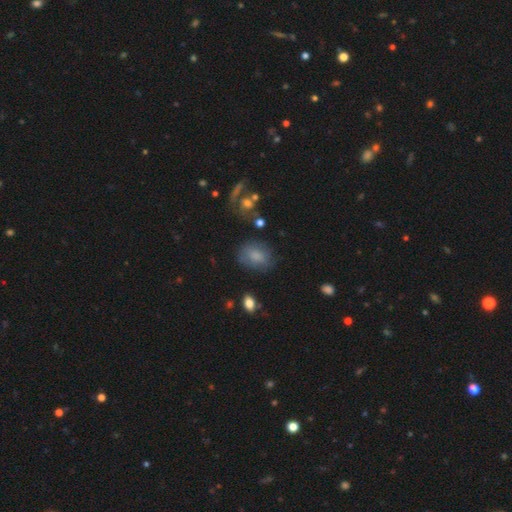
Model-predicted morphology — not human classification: Smooth or featured? smooth (77%)
How rounded? in between (61%)
Merging? none (67%)